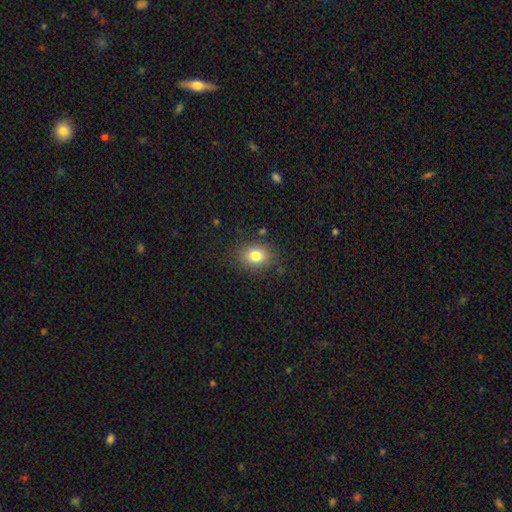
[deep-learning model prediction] Smooth or featured? Predicted: smooth (p=0.80). How rounded? Predicted: in between (p=0.53). Merging? Predicted: none (p=0.84).